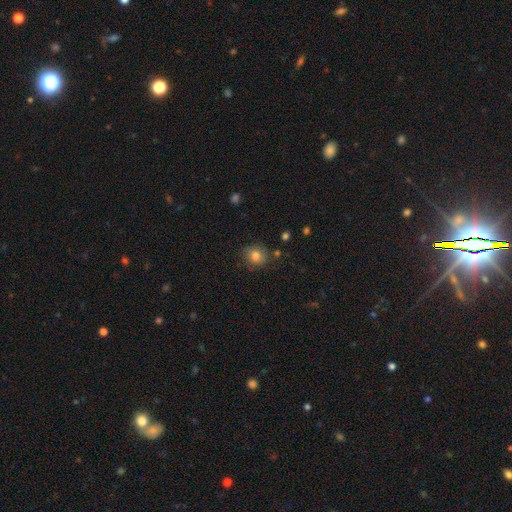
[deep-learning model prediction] Q: Smooth or featured?
A: smooth (81%); runner-up: star or artifact (11%)
Q: How rounded?
A: round (81%); runner-up: in between (18%)
Q: Merging?
A: none (81%); runner-up: minor disturbance (13%)